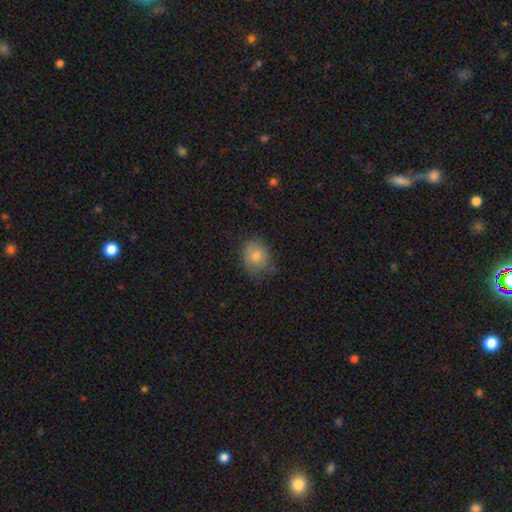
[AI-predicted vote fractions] Smooth or featured? Predicted: smooth (p=0.79). How rounded? Predicted: round (p=0.58). Merging? Predicted: none (p=0.68).